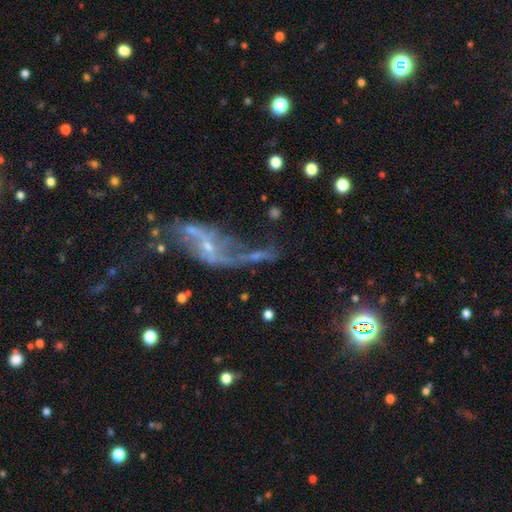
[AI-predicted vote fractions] Overall: featured or disk (74%). Edge-on disk: no (90%). Bar: no (48%; weak 33%). Spiral arms: yes (70%). Bulge size: small (67%). Merging: major disturbance (34%; none 31%).